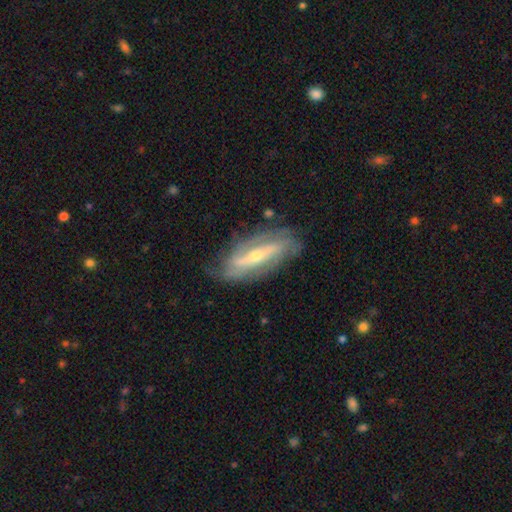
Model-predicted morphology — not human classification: This appears to be a featured or disk galaxy (83%) with a strong bar (54%), 2 (65%) tight (39%) spiral arms (87%) and a small central bulge (60%). Merging: none (76%).